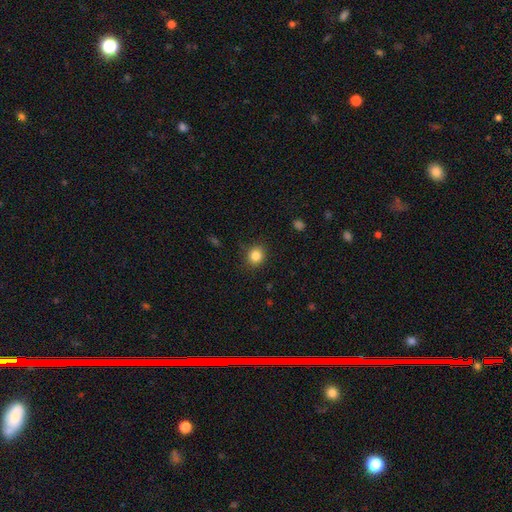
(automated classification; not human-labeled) smooth 84%, star or artifact 11%, featured or disk 5%. Down the decision tree: how rounded — round (83%); merging — none (89%).